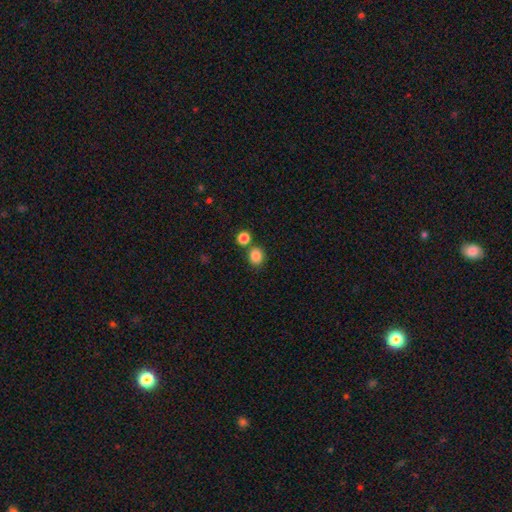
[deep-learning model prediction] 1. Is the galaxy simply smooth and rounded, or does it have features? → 85% smooth, 11% star or artifact, 4% featured or disk.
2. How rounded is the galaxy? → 71% round, 28% in between, 1% cigar-shaped.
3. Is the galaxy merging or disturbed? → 72% none, 16% merger, 10% minor disturbance, 3% major disturbance.